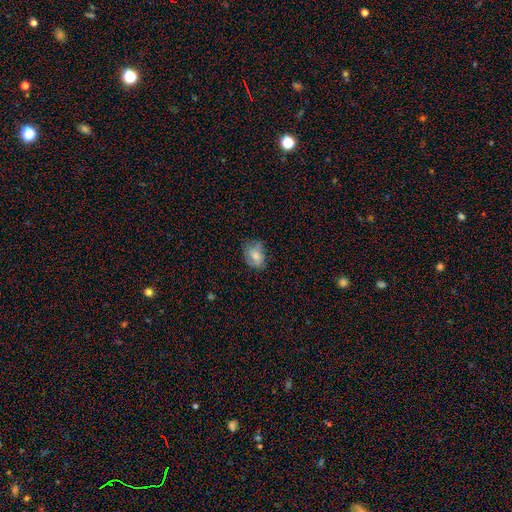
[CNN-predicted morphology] smooth_or_featured: smooth (p=0.67) [alt: featured or disk p=0.23]
how_rounded: in between (p=0.67) [alt: round p=0.32]
merging: none (p=0.56) [alt: minor disturbance p=0.29]